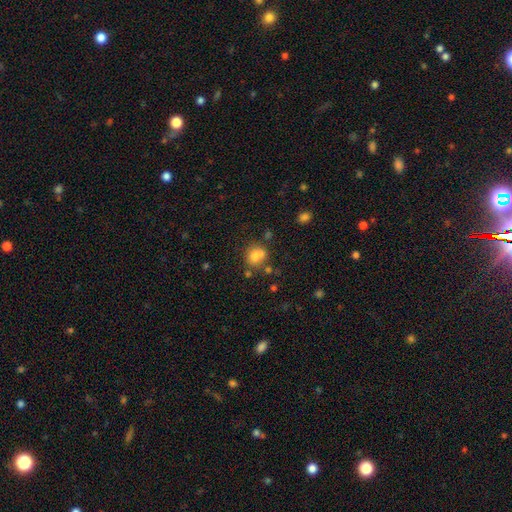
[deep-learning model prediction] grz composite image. It shows a smooth galaxy with no disk features (75%) that is round (76%). Merging: none (50%).